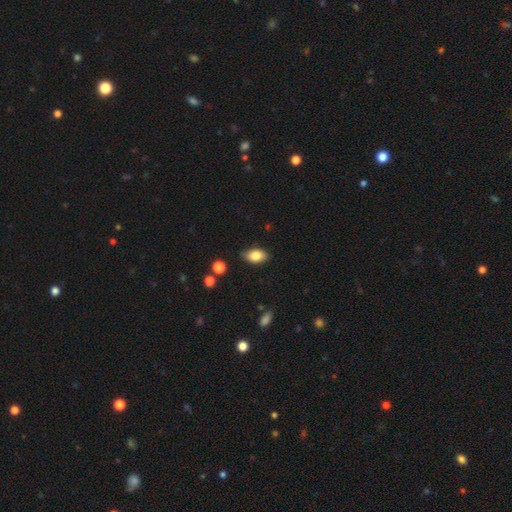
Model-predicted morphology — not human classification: smooth-or-featured: smooth: 83% | featured or disk: 9% | star or artifact: 8%
  how-rounded: in between: 90% | round: 8% | cigar-shaped: 2%
  merging: none: 80% | minor disturbance: 16% | major disturbance: 3% | merger: 2%